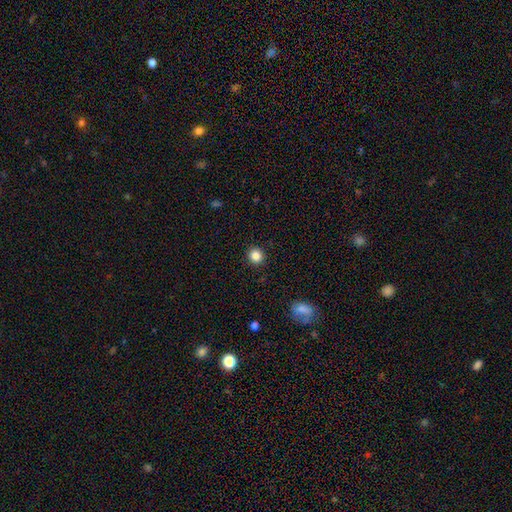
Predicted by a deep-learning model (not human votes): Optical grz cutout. It shows a smooth galaxy with no disk features (85%) that is round (91%). Merging: none (92%).